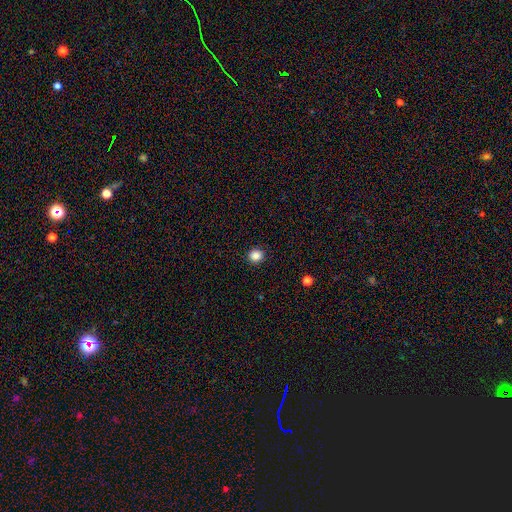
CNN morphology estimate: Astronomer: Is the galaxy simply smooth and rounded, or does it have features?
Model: smooth — 86%.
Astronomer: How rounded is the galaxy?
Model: round — 88%.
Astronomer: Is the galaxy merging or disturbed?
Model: none — 92%.